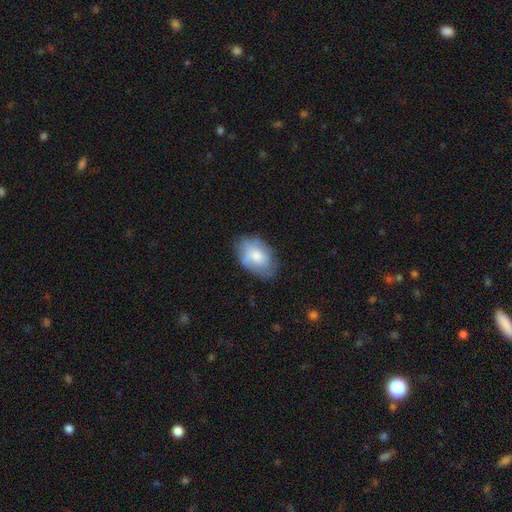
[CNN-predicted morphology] Overall: smooth (69%). How rounded: in between (90%). Merging: none (68%).